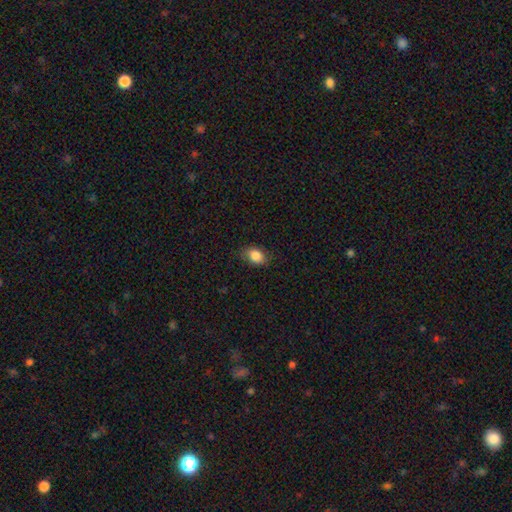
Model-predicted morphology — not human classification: A smooth galaxy with no disk features (86%) that is in between round and cigar-shaped (75%). Merging: none (81%).